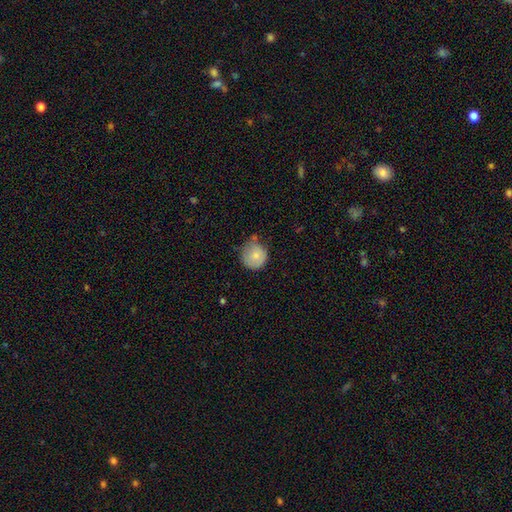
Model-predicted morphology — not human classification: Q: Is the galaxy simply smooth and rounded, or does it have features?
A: smooth — 81%.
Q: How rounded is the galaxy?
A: round — 88%.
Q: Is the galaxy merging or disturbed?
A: none — 54%.